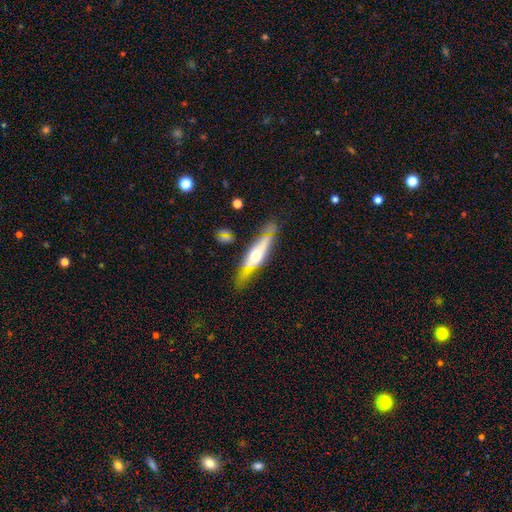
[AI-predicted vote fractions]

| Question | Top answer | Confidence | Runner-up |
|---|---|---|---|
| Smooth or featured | featured or disk | 60% | smooth (34%) |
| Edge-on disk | yes | 72% | no (28%) |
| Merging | none | 71% | minor disturbance (19%) |